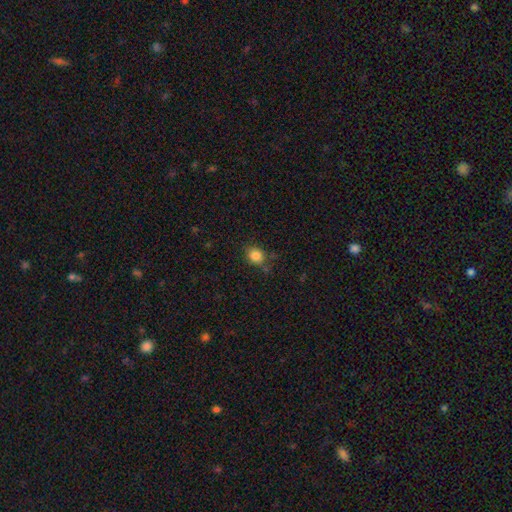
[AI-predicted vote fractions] Morphology: type=smooth (84%); roundness=round (74%); merging=none (75%).